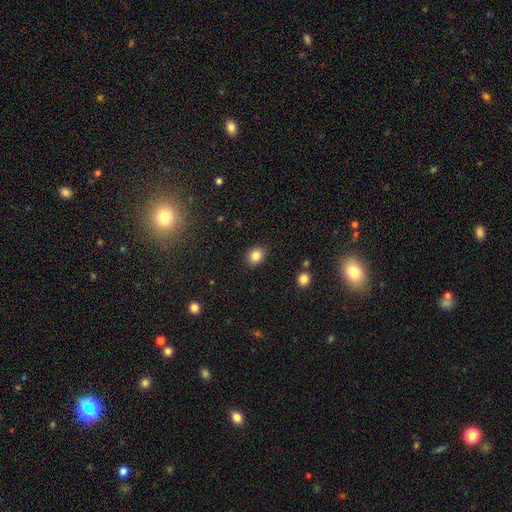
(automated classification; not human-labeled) Smooth or featured?
  - smooth: 84% *
  - star or artifact: 10%
  - featured or disk: 6%
How rounded?
  - round: 53% *
  - in between: 46%
  - cigar-shaped: 1%
Merging?
  - none: 88% *
  - minor disturbance: 8%
  - major disturbance: 2%
  - merger: 1%